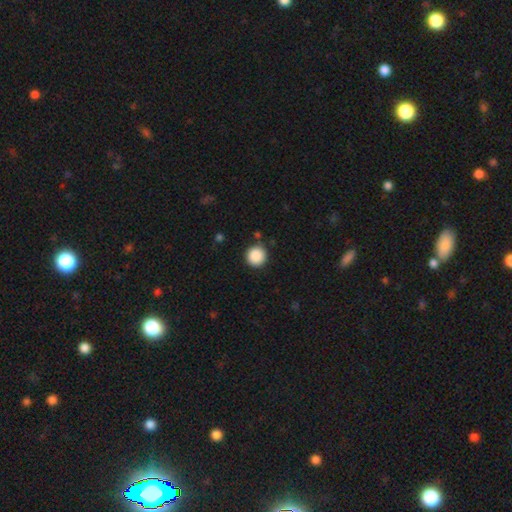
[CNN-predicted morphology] This is clearly a smooth galaxy (89%). How rounded: clearly round (95%). Merging: clearly none (89%).